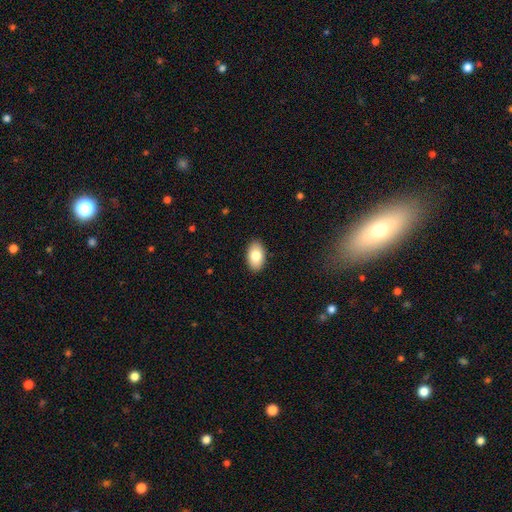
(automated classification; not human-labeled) Morphology: type=smooth (82%); roundness=in between (93%); merging=none (89%).